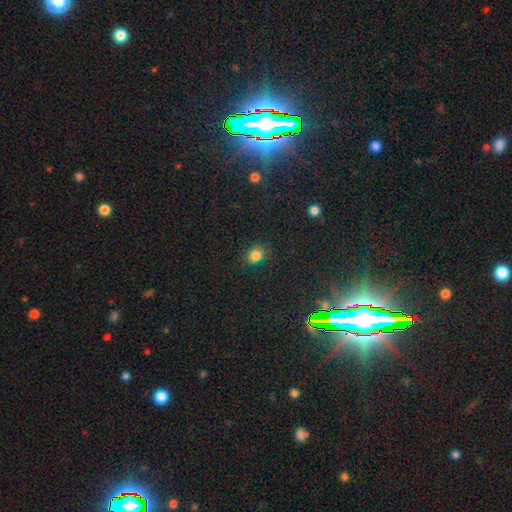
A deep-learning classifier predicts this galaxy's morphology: This appears to be a smooth galaxy with no disk features (80%) that is round (58%). Merging: none (80%).